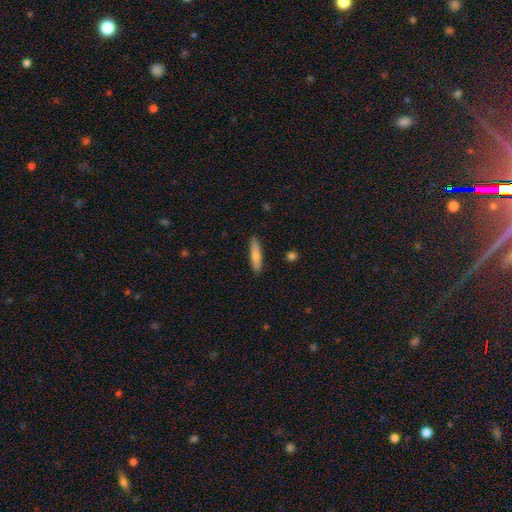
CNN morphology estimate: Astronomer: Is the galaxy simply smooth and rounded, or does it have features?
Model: smooth — 75%.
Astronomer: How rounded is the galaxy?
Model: cigar-shaped — 81%.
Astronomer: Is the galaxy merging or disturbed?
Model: none — 89%.